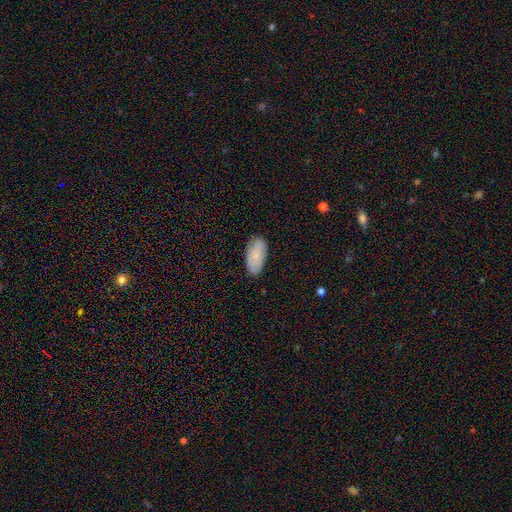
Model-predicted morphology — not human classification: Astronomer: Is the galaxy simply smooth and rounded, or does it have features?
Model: smooth — 81%.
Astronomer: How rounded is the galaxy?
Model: in between — 94%.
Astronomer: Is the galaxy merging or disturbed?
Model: none — 83%.